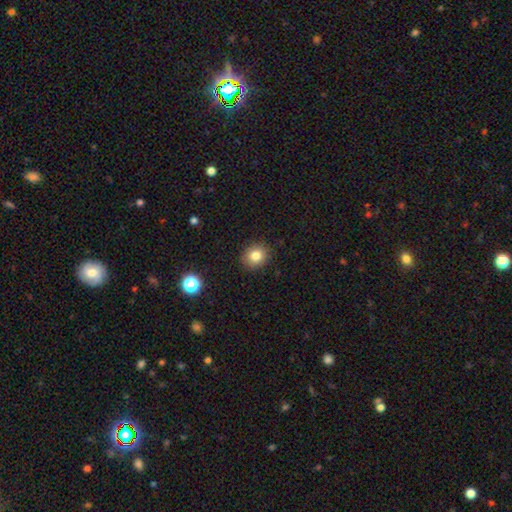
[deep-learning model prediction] smooth 81%, star or artifact 12%, featured or disk 7%. Down the decision tree: how rounded — round (76%); merging — none (90%).